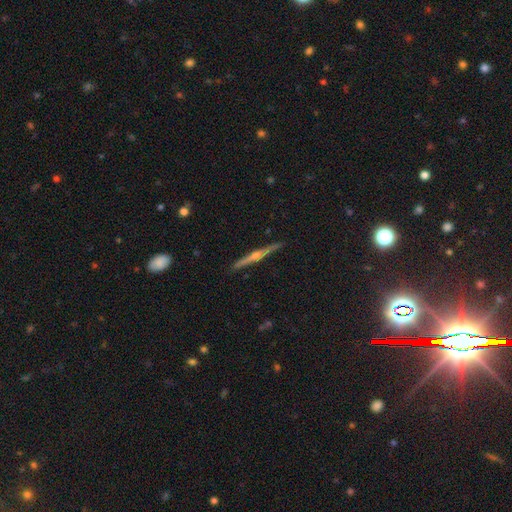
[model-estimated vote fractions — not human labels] Q: Smooth or featured?
A: featured or disk (82%); runner-up: smooth (11%)
Q: Edge-on disk?
A: yes (98%); runner-up: no (2%)
Q: Edge-on bulge?
A: rounded (91%); runner-up: none (5%)
Q: Merging?
A: none (91%); runner-up: minor disturbance (7%)